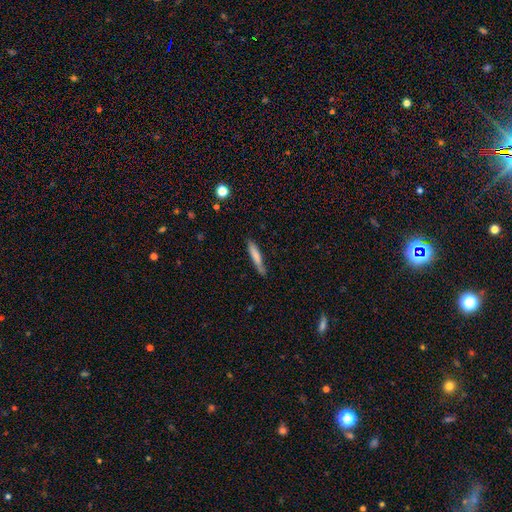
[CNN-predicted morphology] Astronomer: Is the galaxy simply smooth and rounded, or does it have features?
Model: smooth — 74%.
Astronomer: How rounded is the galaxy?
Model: cigar-shaped — 90%.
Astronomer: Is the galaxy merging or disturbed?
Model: none — 74%.